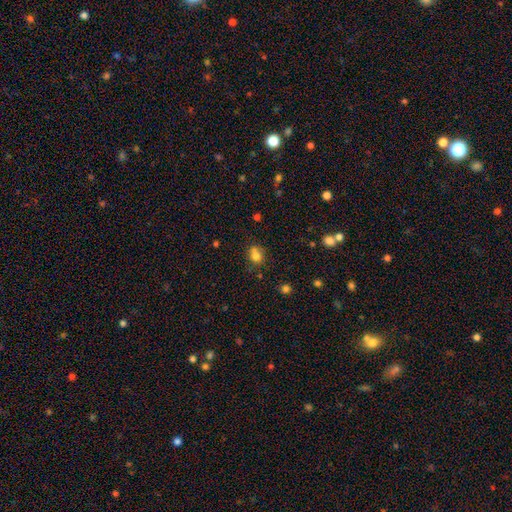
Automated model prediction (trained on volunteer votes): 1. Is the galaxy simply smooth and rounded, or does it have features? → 75% smooth, 14% star or artifact, 10% featured or disk.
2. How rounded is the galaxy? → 65% round, 34% in between, 1% cigar-shaped.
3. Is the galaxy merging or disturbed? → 49% none, 27% merger, 18% minor disturbance, 6% major disturbance.